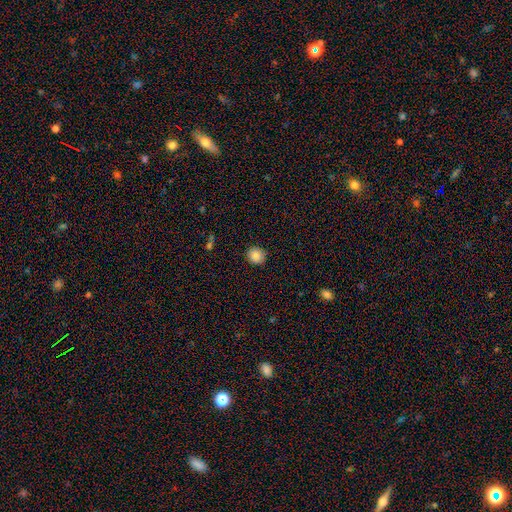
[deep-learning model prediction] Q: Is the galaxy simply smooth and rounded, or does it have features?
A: smooth — 86%.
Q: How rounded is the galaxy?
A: round — 88%.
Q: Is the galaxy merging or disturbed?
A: none — 90%.